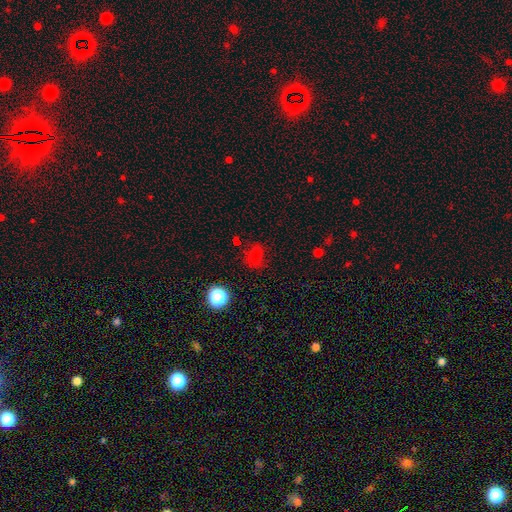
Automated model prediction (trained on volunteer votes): Morphology: type=smooth (69%); roundness=in between (56%); merging=none (71%).